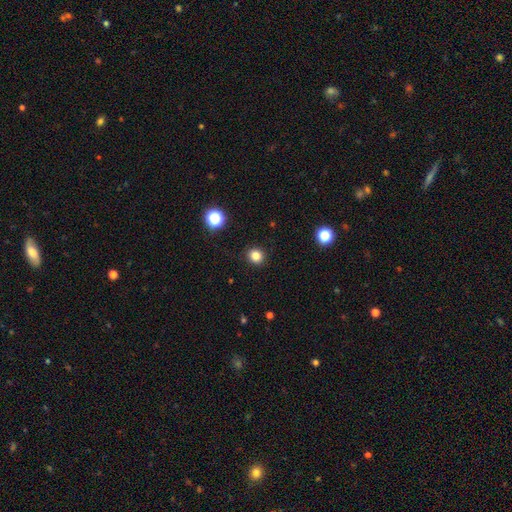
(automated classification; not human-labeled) This is clearly a smooth galaxy (83%). How rounded: clearly round (87%). Merging: clearly none (92%).